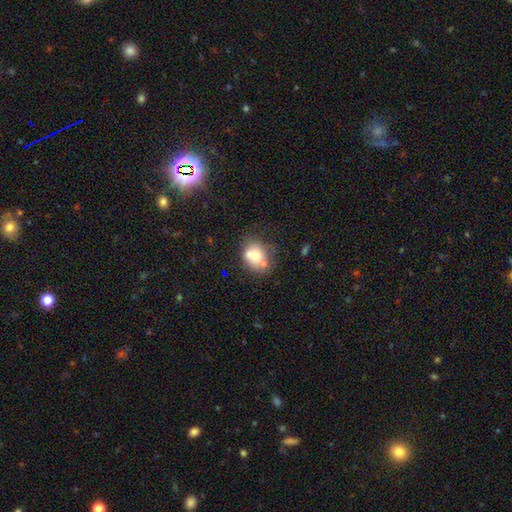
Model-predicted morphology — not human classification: A smooth galaxy with no disk features (64%) that is round (62%).

Vote fractions:
- Smooth or featured? smooth: 64% / featured or disk: 25% / star or artifact: 11%
- How rounded? round: 62% / in between: 37% / cigar-shaped: 1%
- Merging? none: 46% / merger: 32% / minor disturbance: 16% / major disturbance: 6%